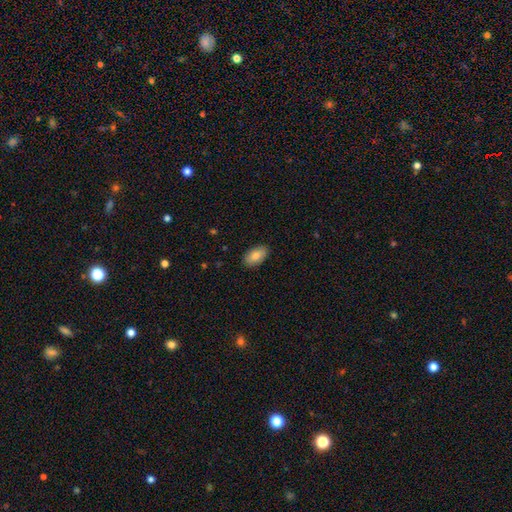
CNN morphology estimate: type=smooth (83%); roundness=in between (94%); merging=none (88%).